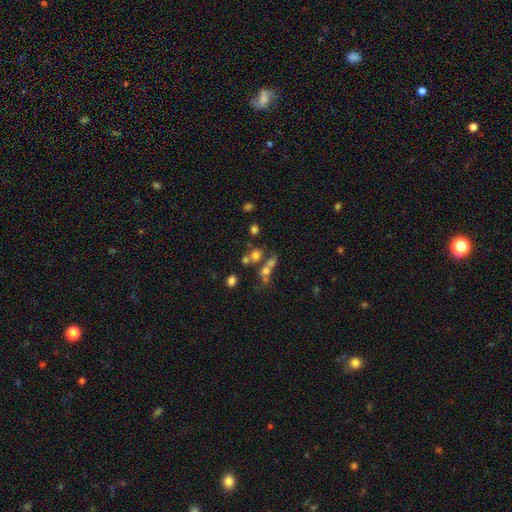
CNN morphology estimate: Smooth or featured? Predicted: smooth (p=0.58). How rounded? Predicted: round (p=0.58). Merging? Predicted: merger (p=0.43).